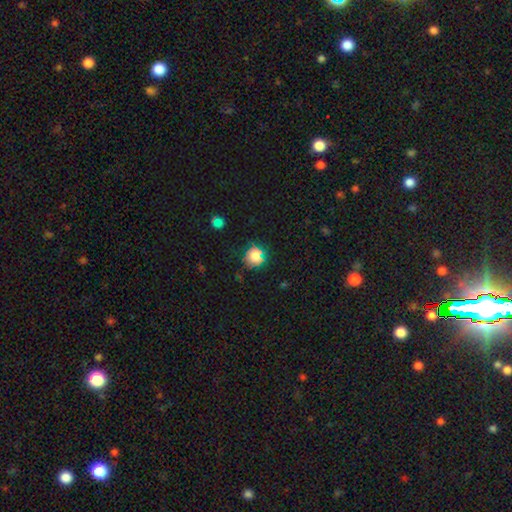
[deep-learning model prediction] This is likely a smooth galaxy (74%). How rounded: clearly round (89%). Merging: likely none (79%).